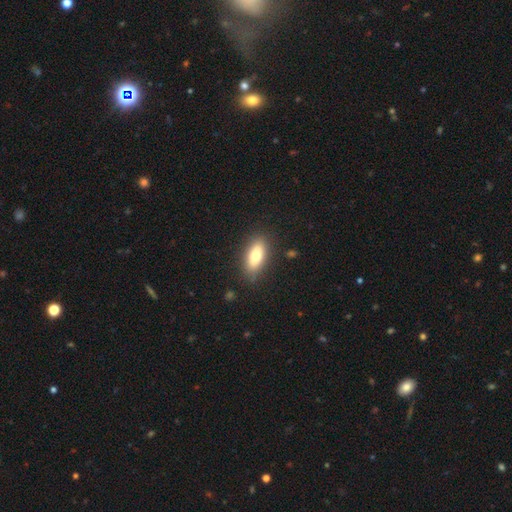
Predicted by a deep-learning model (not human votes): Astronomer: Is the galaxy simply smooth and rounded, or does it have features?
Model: smooth — 75%.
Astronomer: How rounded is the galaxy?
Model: in between — 82%.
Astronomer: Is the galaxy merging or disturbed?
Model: none — 85%.